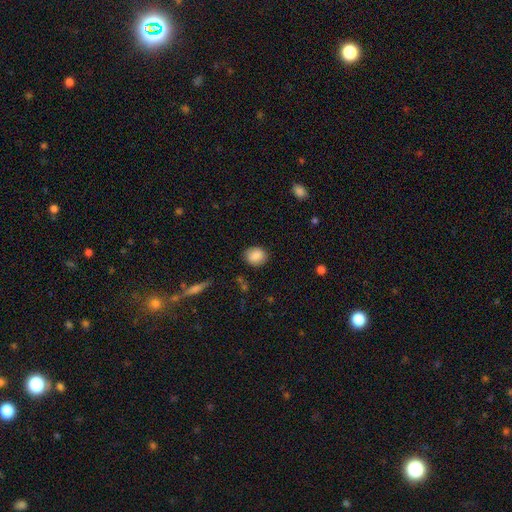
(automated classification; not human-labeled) This appears to be a smooth galaxy with no disk features (86%) that is round (64%). Merging: none (85%).